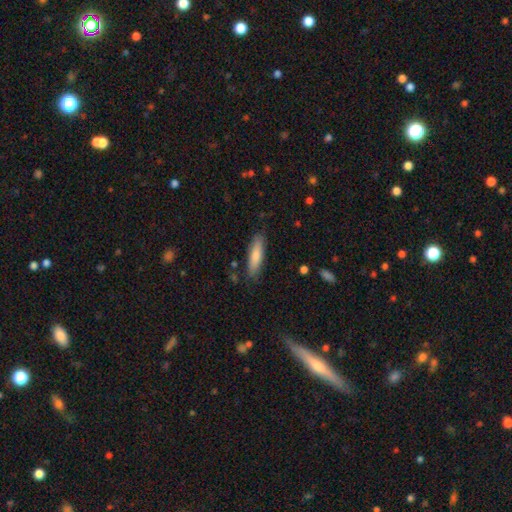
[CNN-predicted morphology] Overall: smooth (76%). How rounded: cigar-shaped (68%; in between 30%). Merging: none (83%).